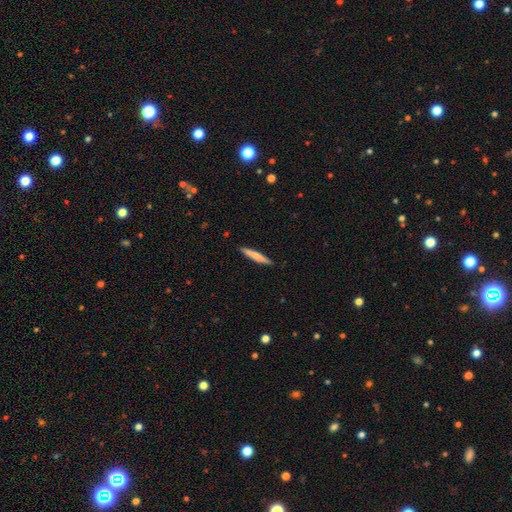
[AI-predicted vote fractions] This appears to be a smooth galaxy with no disk features (71%) that is cigar-shaped (95%). Merging: none (90%).